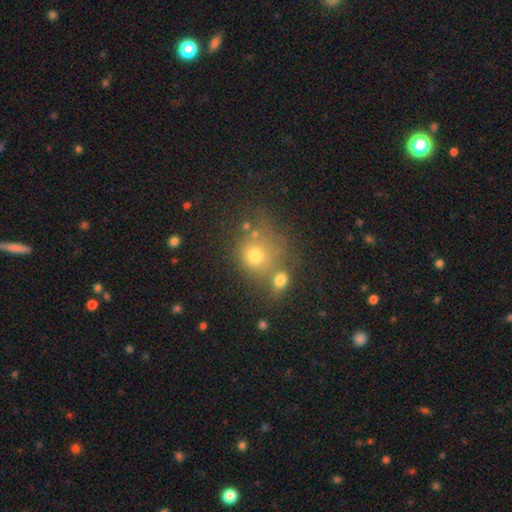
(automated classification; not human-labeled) smooth_or_featured: smooth (p=0.69) [alt: star or artifact p=0.17]
how_rounded: round (p=0.77) [alt: in between p=0.22]
merging: none (p=0.47) [alt: merger p=0.32]